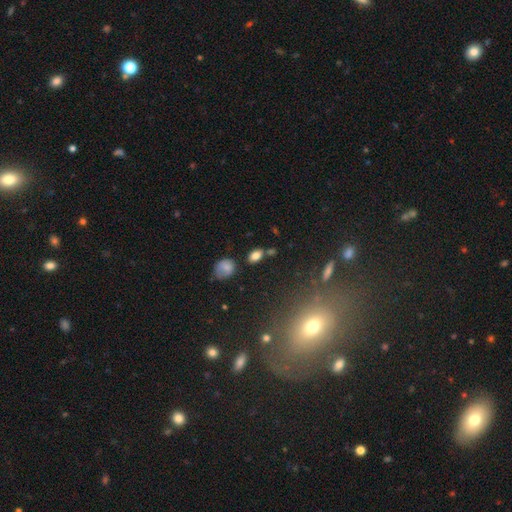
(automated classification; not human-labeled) Overall: smooth (79%). How rounded: in between (84%). Merging: none (67%).